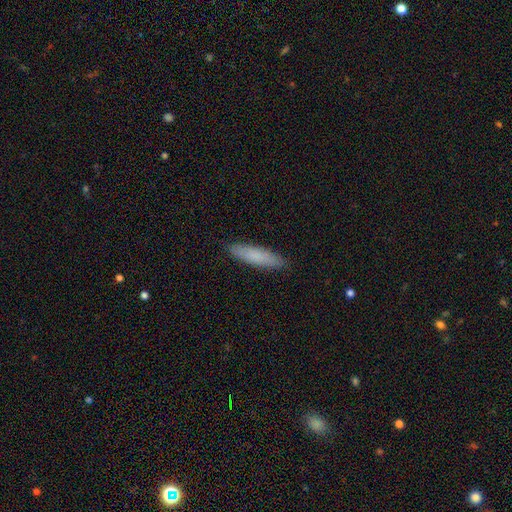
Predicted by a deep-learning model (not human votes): A smooth galaxy with no disk features (83%) that is cigar-shaped (77%). Merging: none (89%).